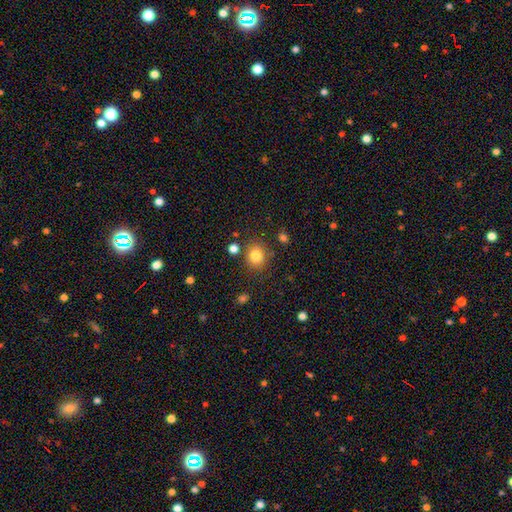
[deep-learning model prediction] The model was most divided on "how rounded": round: 72%, in between: 27%, cigar-shaped: 1%. More confident: smooth or featured — smooth (81%); merging — none (81%).